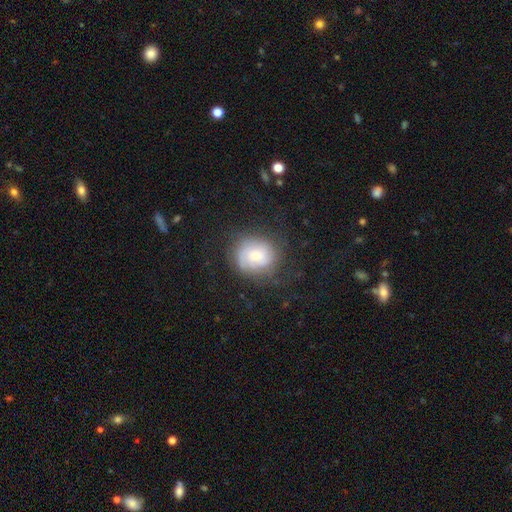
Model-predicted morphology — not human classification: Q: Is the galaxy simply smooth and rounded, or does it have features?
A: smooth — 47%.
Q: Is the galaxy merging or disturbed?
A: none — 64%.